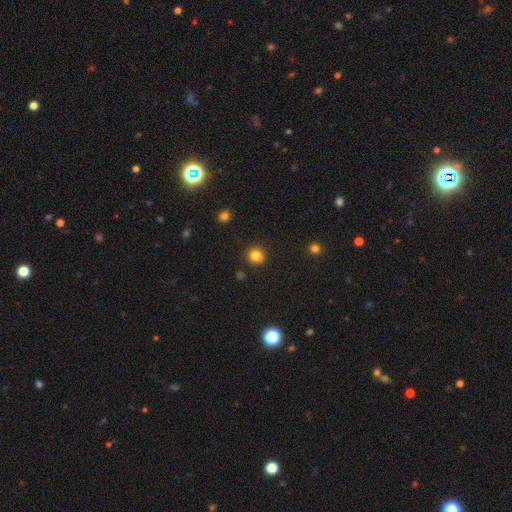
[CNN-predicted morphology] This is likely a smooth galaxy (79%). How rounded: clearly round (86%). Merging: likely none (69%).